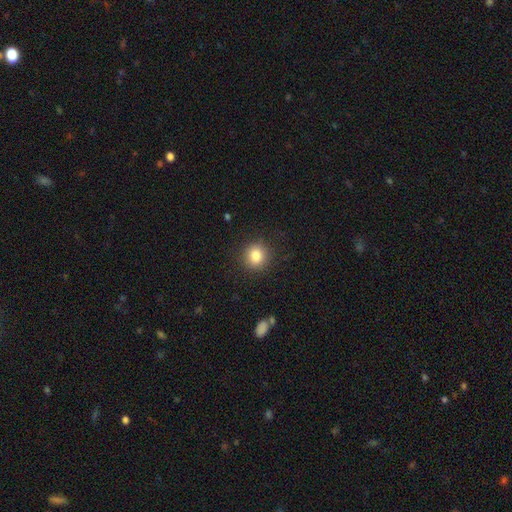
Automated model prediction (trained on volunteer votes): Morphology: type=smooth (83%); roundness=round (87%); merging=none (90%).